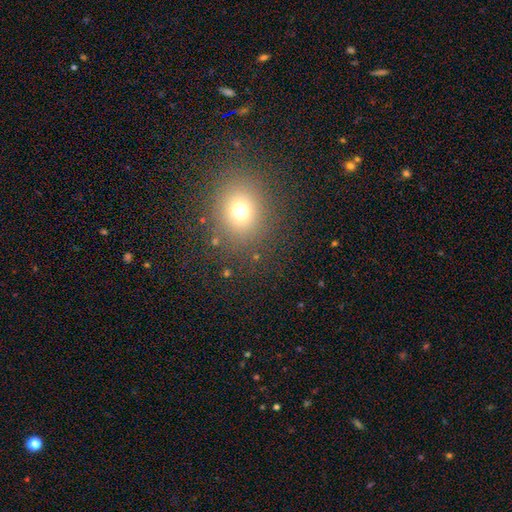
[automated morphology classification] smooth_or_featured: smooth (p=0.68) [alt: star or artifact p=0.24]
how_rounded: round (p=0.70) [alt: in between p=0.29]
merging: none (p=0.89) [alt: minor disturbance p=0.07]